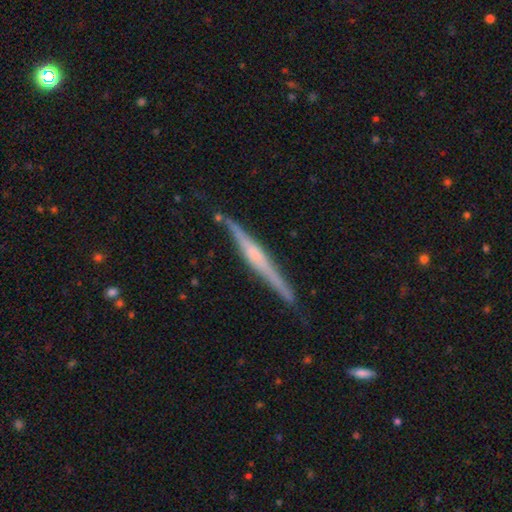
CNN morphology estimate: Smooth or featured?
  - featured or disk: 74% *
  - smooth: 20%
  - star or artifact: 6%
Edge-on disk?
  - yes: 98% *
  - no: 2%
Edge-on bulge?
  - rounded: 44% *
  - none: 28%
  - boxy: 27%
Merging?
  - none: 84% *
  - minor disturbance: 12%
  - major disturbance: 2%
  - merger: 2%